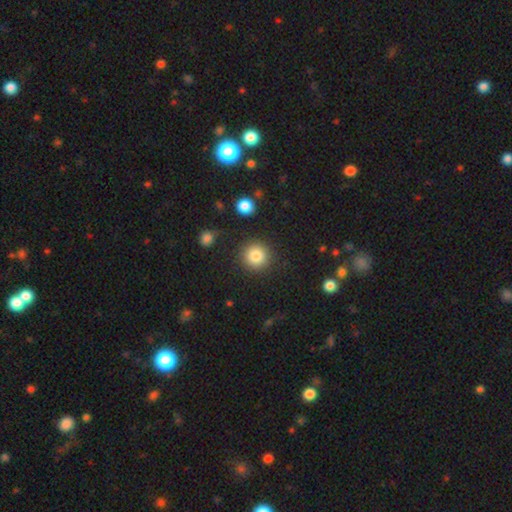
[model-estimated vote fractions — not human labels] Smooth or featured: smooth — 85% (star or artifact — 10%)
How rounded: round — 93% (in between — 6%)
Merging: none — 88% (minor disturbance — 6%)